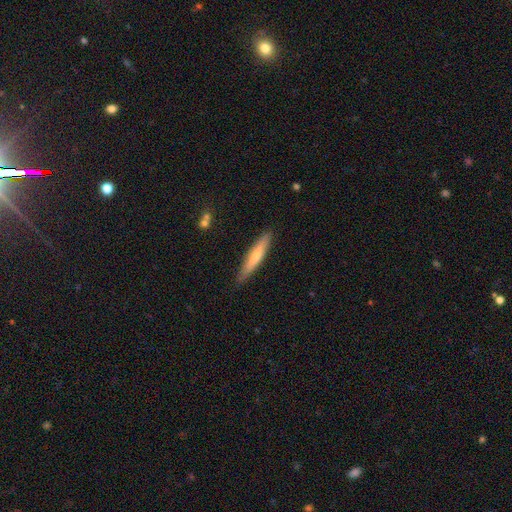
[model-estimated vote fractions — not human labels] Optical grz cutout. It shows a smooth galaxy with no disk features (57%) that is cigar-shaped (91%). Merging: none (87%).